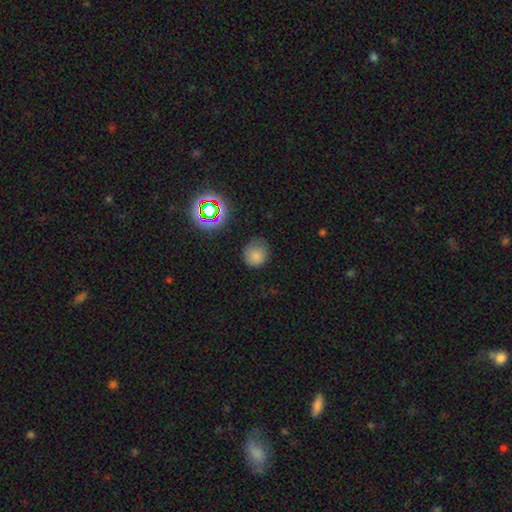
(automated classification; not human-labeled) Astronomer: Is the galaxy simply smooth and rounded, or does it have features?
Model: smooth — 79%.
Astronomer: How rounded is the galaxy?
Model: round — 88%.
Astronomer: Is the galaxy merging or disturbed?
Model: none — 79%.